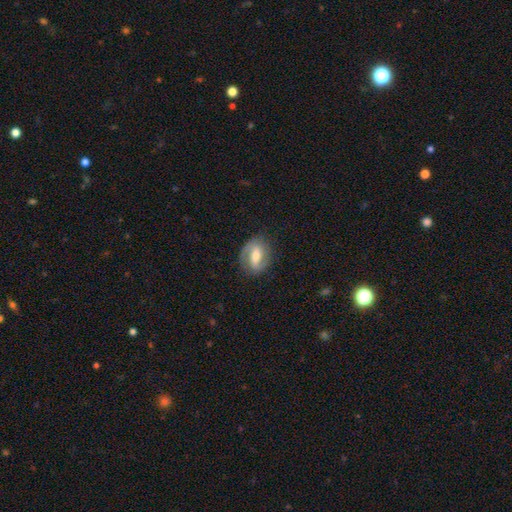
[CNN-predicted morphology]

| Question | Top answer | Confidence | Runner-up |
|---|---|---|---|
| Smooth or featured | featured or disk | 73% | smooth (21%) |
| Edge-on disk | no | 96% | yes (4%) |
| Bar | strong | 43% | weak (40%) |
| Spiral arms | yes | 89% | no (11%) |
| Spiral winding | medium | 46% | tight (30%) |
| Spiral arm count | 2 | 86% | can't tell (6%) |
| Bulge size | moderate | 58% | small (28%) |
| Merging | none | 81% | minor disturbance (13%) |